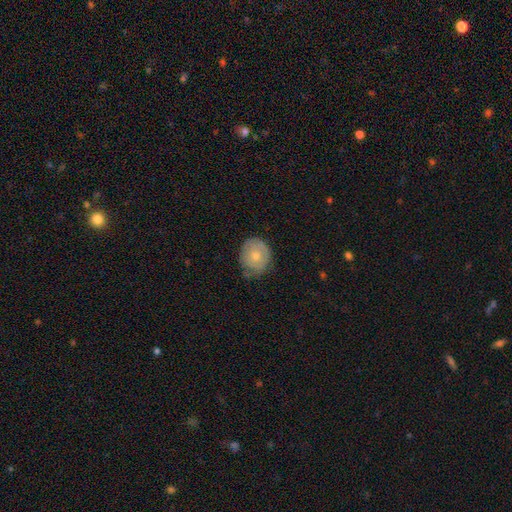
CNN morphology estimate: This is likely a smooth galaxy (67%). How rounded: likely round (68%). Merging: likely none (61%).